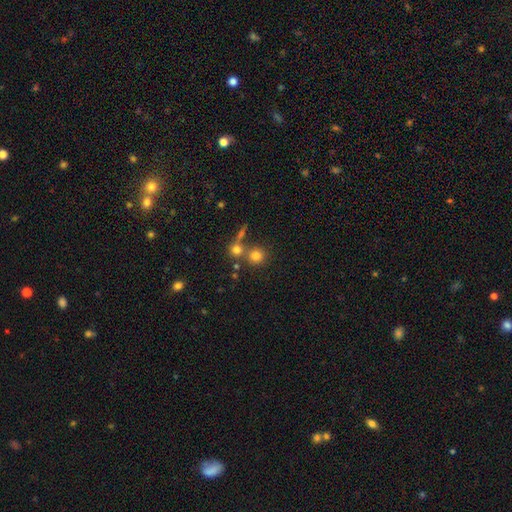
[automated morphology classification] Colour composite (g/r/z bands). It shows a smooth galaxy with no disk features (76%) that is round (90%). Merging: none (62%).